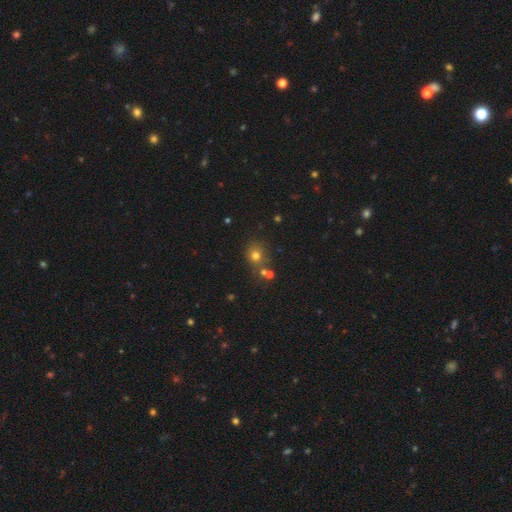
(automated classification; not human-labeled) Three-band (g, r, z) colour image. It shows a smooth galaxy with no disk features (71%) that is round (77%). Merging: none (65%).